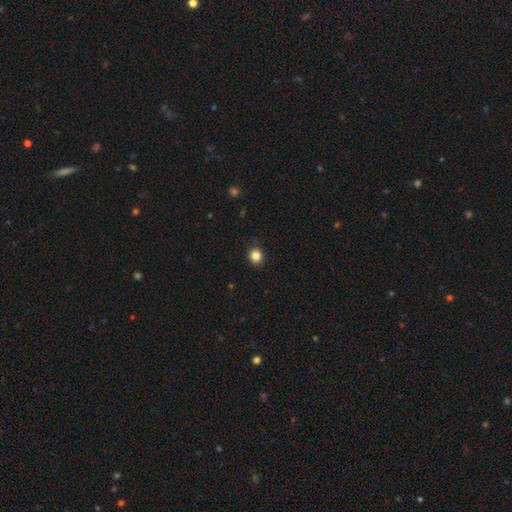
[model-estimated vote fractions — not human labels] A smooth galaxy with no disk features (85%) that is round (81%).

Vote fractions:
- Smooth or featured? smooth: 85% / star or artifact: 11% / featured or disk: 4%
- How rounded? round: 81% / in between: 18% / cigar-shaped: 1%
- Merging? none: 88% / minor disturbance: 9% / major disturbance: 2% / merger: 1%